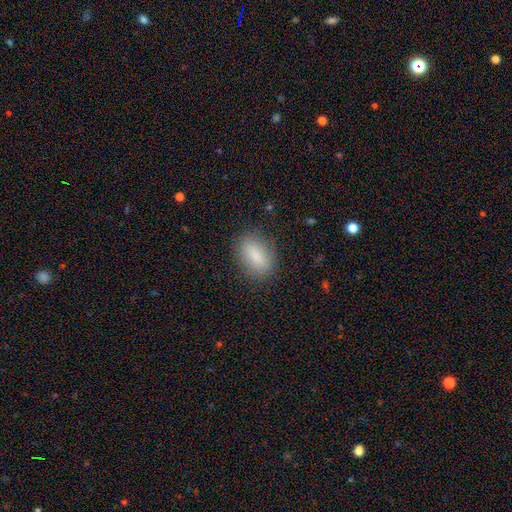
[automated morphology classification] This appears to be a smooth galaxy with no disk features (84%) that is in between round and cigar-shaped (86%). Merging: none (84%).